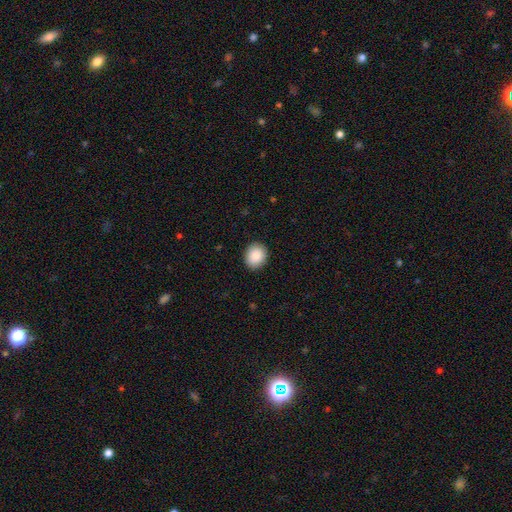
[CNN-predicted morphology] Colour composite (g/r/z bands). It shows a smooth galaxy with no disk features (88%) that is round (58%). Merging: none (90%).